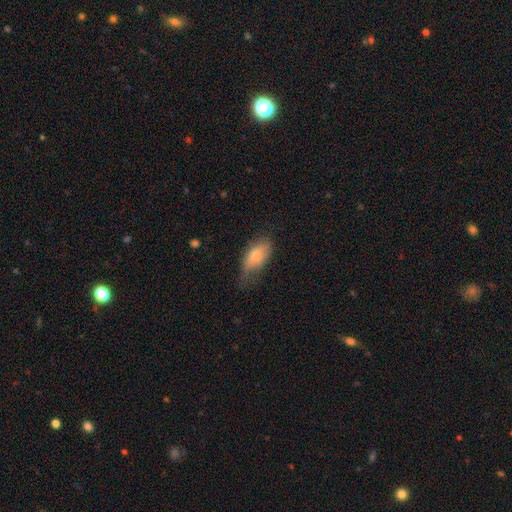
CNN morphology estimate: A smooth galaxy with no disk features (76%) that is in between round and cigar-shaped (89%). Merging: none (42%).